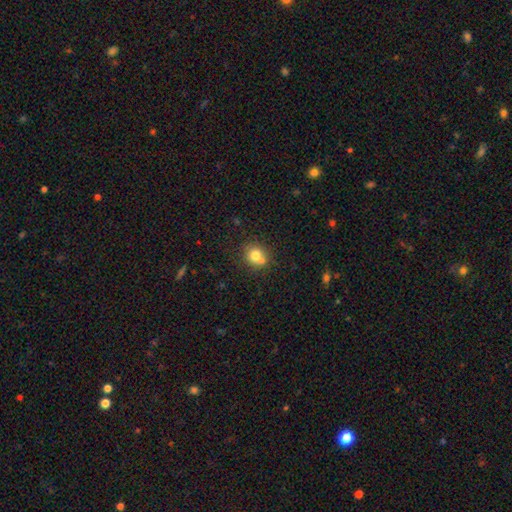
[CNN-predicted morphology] A smooth galaxy with no disk features (76%) that is round (82%).

Vote fractions:
- Smooth or featured? smooth: 76% / featured or disk: 12% / star or artifact: 11%
- How rounded? round: 82% / in between: 17% / cigar-shaped: 1%
- Merging? none: 59% / merger: 25% / minor disturbance: 12% / major disturbance: 3%